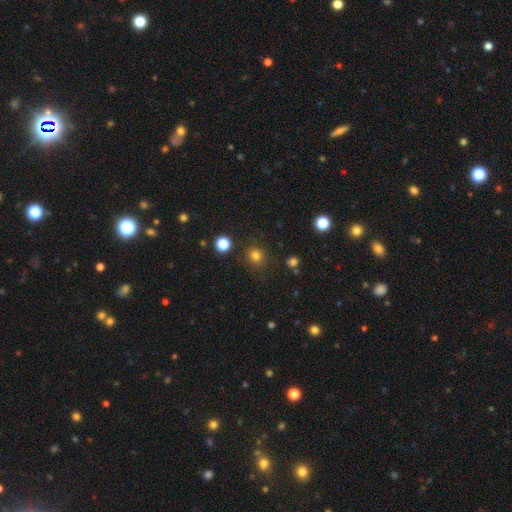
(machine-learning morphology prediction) smooth 80%, star or artifact 15%, featured or disk 5%. Down the decision tree: how rounded — round (91%); merging — none (87%).